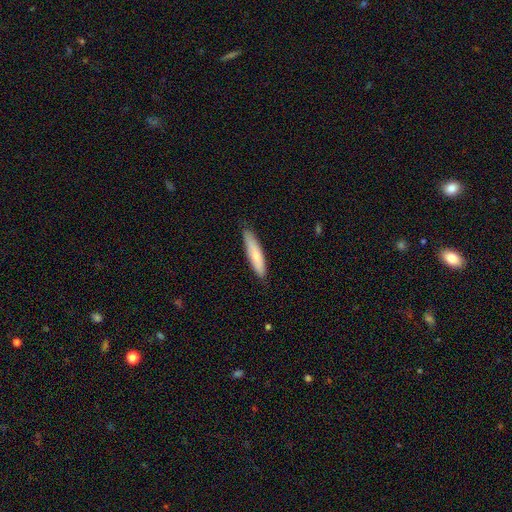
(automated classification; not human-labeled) Smooth or featured? smooth (75%)
How rounded? cigar-shaped (81%)
Merging? none (85%)